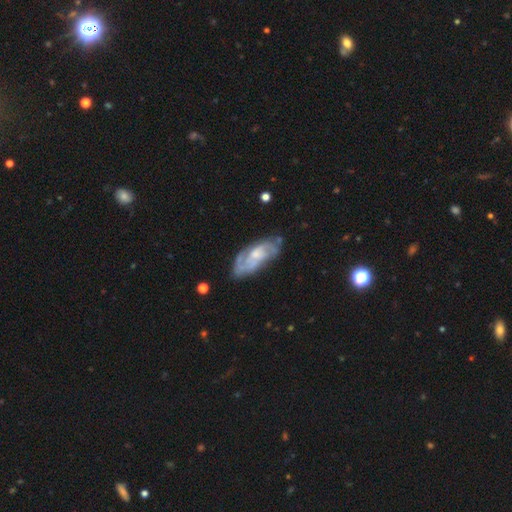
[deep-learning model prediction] Smooth or featured?
  - featured or disk: 76% *
  - smooth: 19%
  - star or artifact: 6%
Edge-on disk?
  - no: 91% *
  - yes: 9%
Bar?
  - no: 60% *
  - weak: 34%
  - strong: 6%
Spiral arms?
  - yes: 89% *
  - no: 11%
Spiral winding?
  - medium: 43% *
  - tight: 42%
  - loose: 15%
Spiral arm count?
  - 2: 47% *
  - can't tell: 31%
  - 3: 12%
  - 1: 5%
  - 4: 3%
  - more than 4: 2%
Bulge size?
  - small: 44% *
  - moderate: 39%
  - none: 11%
  - large: 5%
  - dominant: 1%
Merging?
  - none: 68% *
  - minor disturbance: 21%
  - major disturbance: 8%
  - merger: 2%